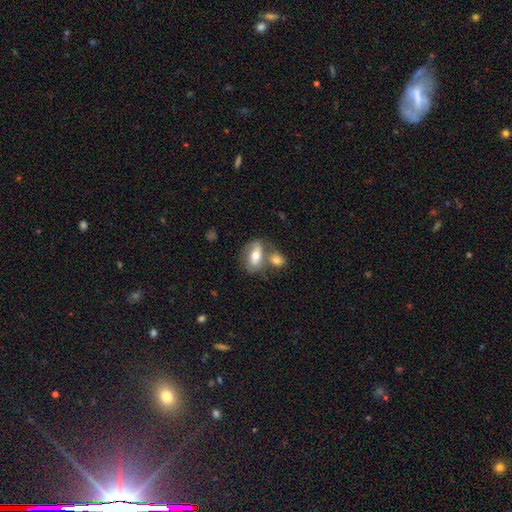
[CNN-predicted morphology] Q: Smooth or featured?
A: smooth (61%); runner-up: featured or disk (32%)
Q: How rounded?
A: in between (84%); runner-up: round (10%)
Q: Merging?
A: none (42%); runner-up: merger (41%)